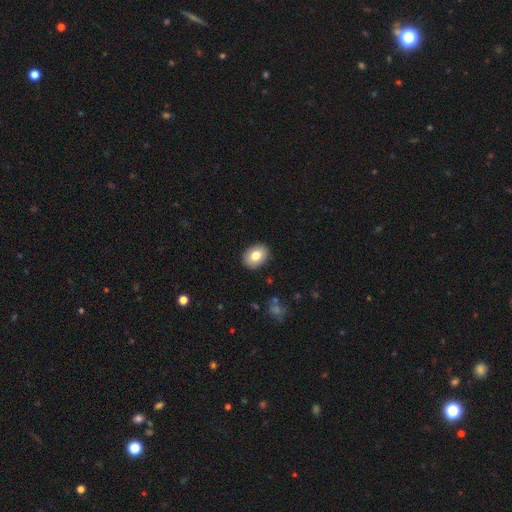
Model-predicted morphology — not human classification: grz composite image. It shows a smooth galaxy with no disk features (80%) that is in between round and cigar-shaped (67%). Merging: none (90%).